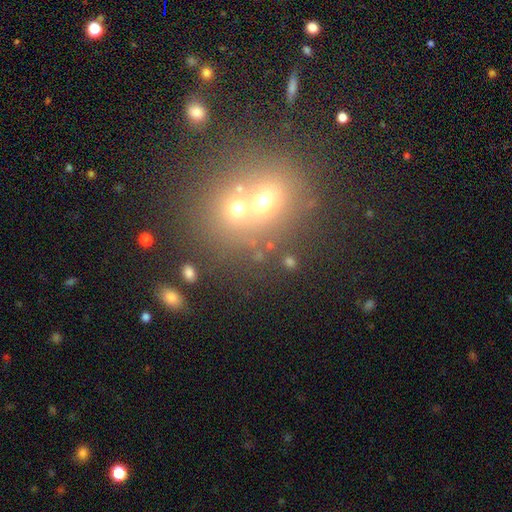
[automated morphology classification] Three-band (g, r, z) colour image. It shows a smooth galaxy with no disk features (54%) that is round (68%). Merging: merger (56%).